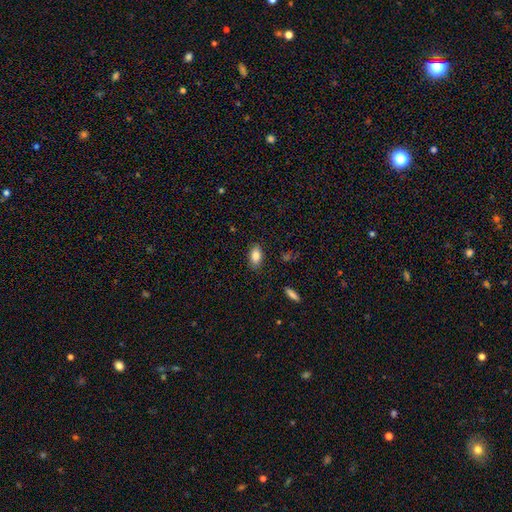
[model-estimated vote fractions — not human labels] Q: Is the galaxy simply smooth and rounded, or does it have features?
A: smooth — 85%.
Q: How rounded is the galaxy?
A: in between — 90%.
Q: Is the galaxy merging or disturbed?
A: none — 86%.